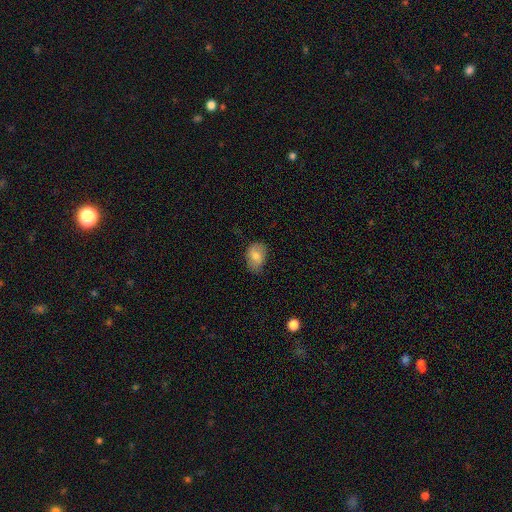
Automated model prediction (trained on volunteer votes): Morphology: type=smooth (77%); roundness=in between (77%); merging=none (70%).